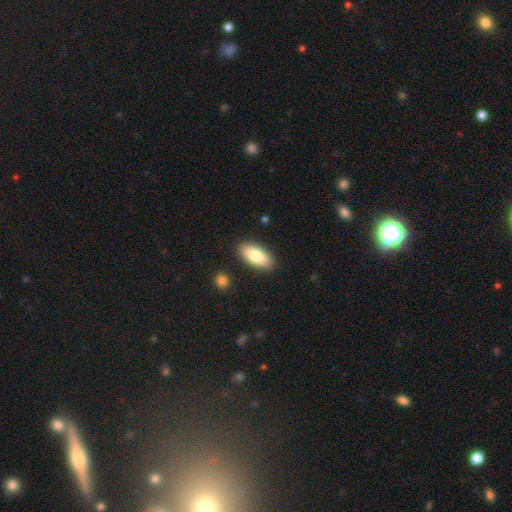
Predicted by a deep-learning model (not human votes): smooth-or-featured: smooth: 82% | featured or disk: 12% | star or artifact: 6%
  how-rounded: in between: 90% | cigar-shaped: 8% | round: 2%
  merging: none: 87% | minor disturbance: 9% | major disturbance: 2% | merger: 2%